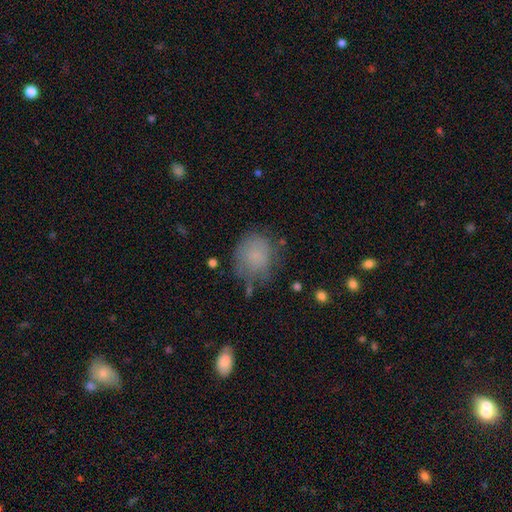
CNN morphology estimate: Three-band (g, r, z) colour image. It shows a smooth galaxy with no disk features (75%) that is round (74%). Merging: none (57%).